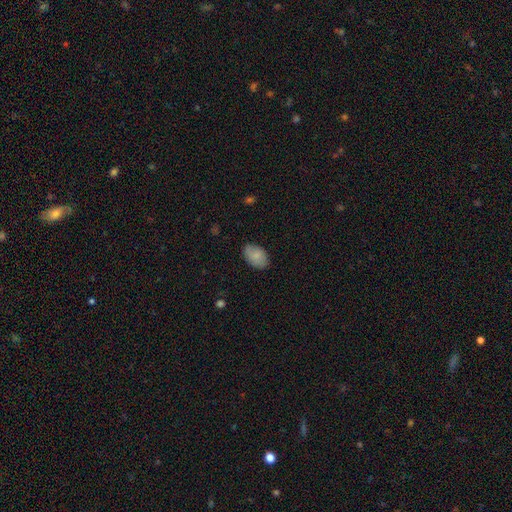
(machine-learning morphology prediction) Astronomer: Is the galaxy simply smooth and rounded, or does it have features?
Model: smooth — 85%.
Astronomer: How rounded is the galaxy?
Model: in between — 91%.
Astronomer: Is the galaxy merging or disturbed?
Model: none — 83%.